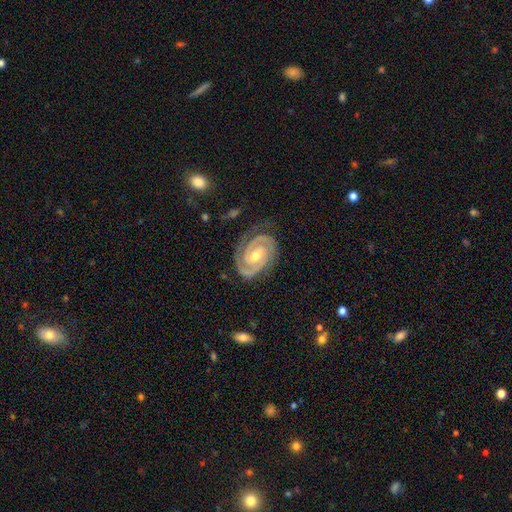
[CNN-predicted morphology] featured or disk 93%, star or artifact 4%, smooth 3%. Down the decision tree: edge-on disk — no (98%); bar — no (45%); spiral arms — yes (99%); spiral arm count — 2 (89%); spiral winding — tight (77%); bulge size — moderate (62%); merging — none (81%).